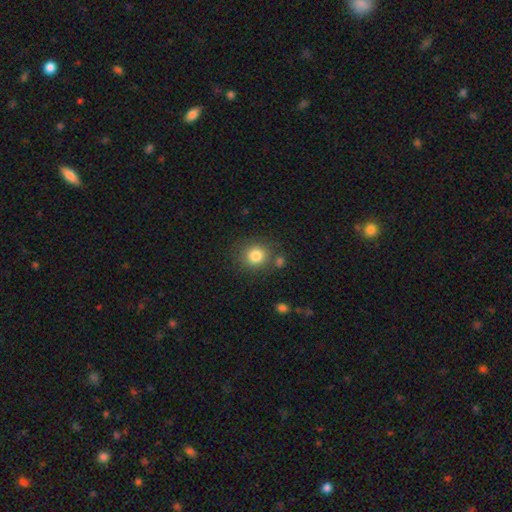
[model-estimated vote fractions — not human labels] smooth_or_featured: smooth (p=0.82) [alt: star or artifact p=0.11]
how_rounded: round (p=0.85) [alt: in between p=0.14]
merging: none (p=0.77) [alt: minor disturbance p=0.10]